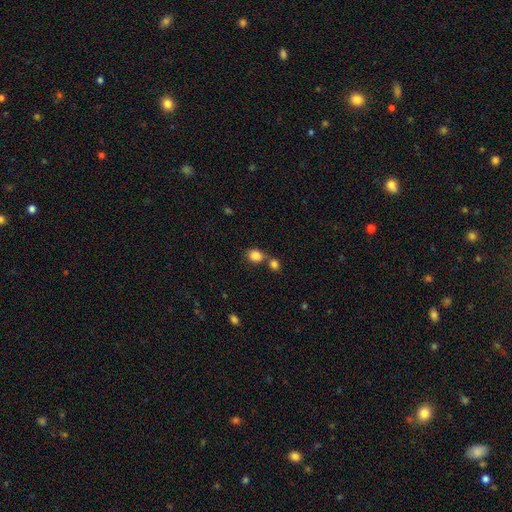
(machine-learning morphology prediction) Overall: smooth (85%). How rounded: round (57%; in between 42%). Merging: none (49%; merger 37%).